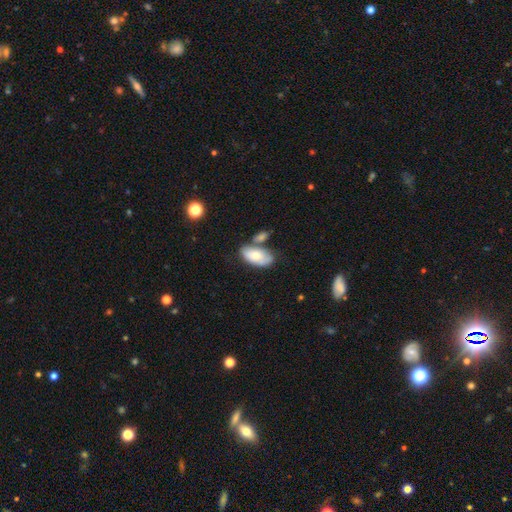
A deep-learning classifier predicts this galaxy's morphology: This is likely a smooth galaxy (72%). How rounded: clearly in between (94%). Merging: possibly none (49%).